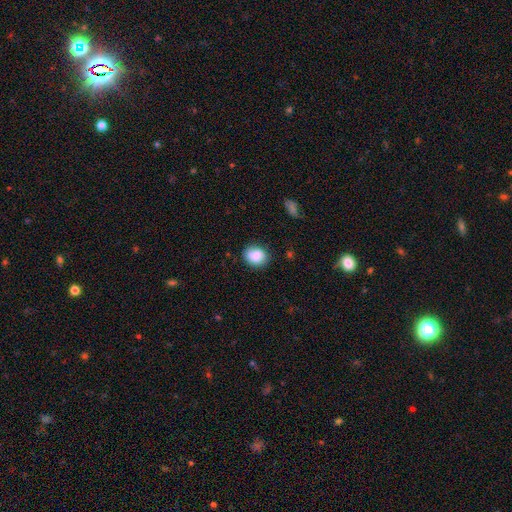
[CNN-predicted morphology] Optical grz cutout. It shows a smooth galaxy with no disk features (82%) that is round (56%). Merging: none (75%).